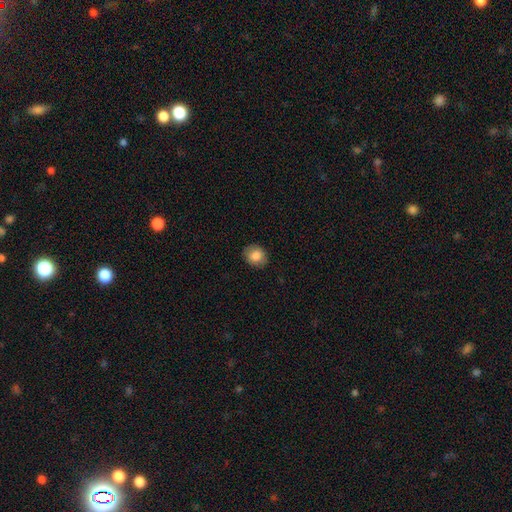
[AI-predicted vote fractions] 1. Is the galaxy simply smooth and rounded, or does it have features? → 84% smooth, 8% star or artifact, 8% featured or disk.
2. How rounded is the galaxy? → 60% round, 39% in between, 1% cigar-shaped.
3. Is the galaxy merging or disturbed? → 87% none, 10% minor disturbance, 2% major disturbance, 1% merger.